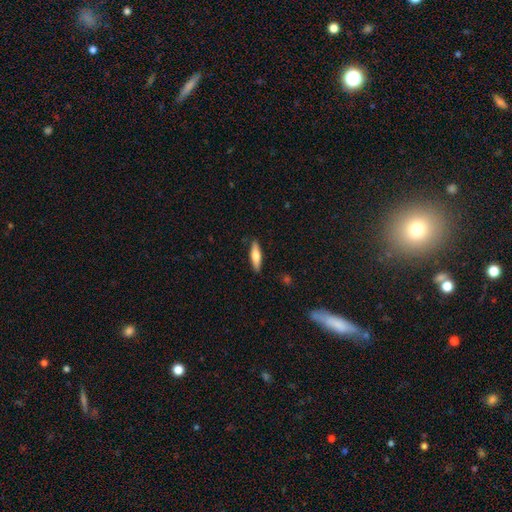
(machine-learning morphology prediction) type=smooth (66%); roundness=cigar-shaped (64%); merging=none (89%).